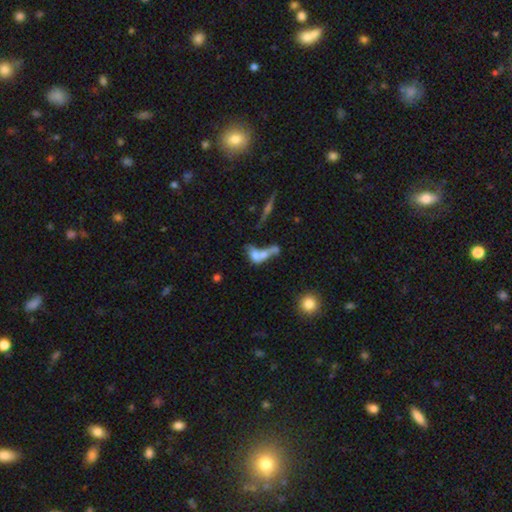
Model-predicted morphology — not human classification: Smooth or featured?
  - smooth: 54% *
  - featured or disk: 33%
  - star or artifact: 13%
How rounded?
  - in between: 68% *
  - cigar-shaped: 16%
  - round: 16%
Merging?
  - merger: 64% *
  - none: 16%
  - major disturbance: 12%
  - minor disturbance: 8%